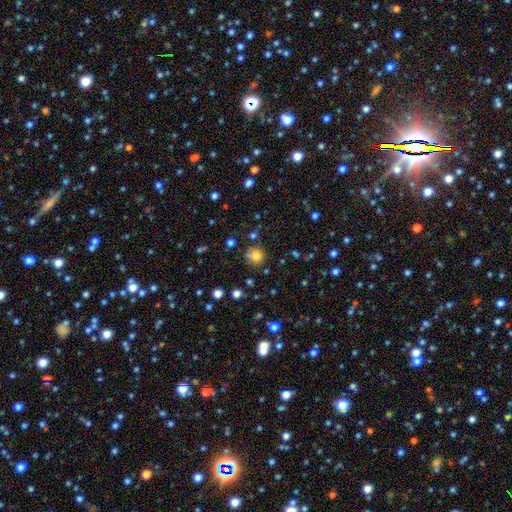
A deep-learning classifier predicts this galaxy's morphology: The model was most divided on "smooth or featured": smooth: 78%, star or artifact: 15%, featured or disk: 7%. More confident: how rounded — round (91%); merging — none (77%).